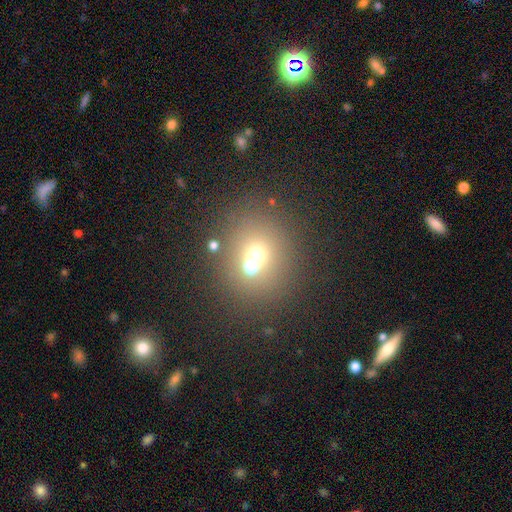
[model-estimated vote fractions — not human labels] smooth_or_featured: smooth (p=0.62) [alt: star or artifact p=0.21]
how_rounded: round (p=0.84) [alt: in between p=0.15]
merging: none (p=0.52) [alt: merger p=0.37]